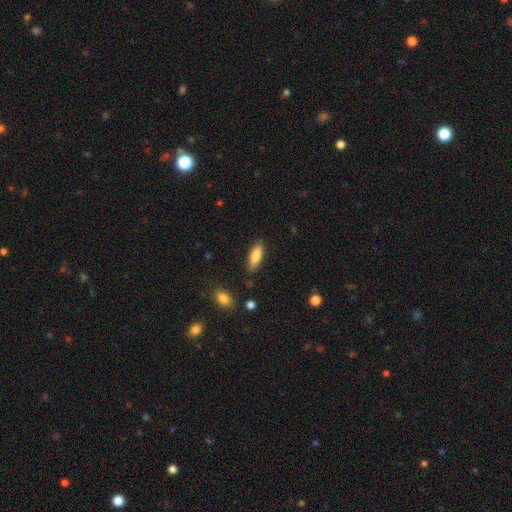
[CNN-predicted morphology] Smooth or featured? smooth (83%)
How rounded? in between (63%)
Merging? none (83%)